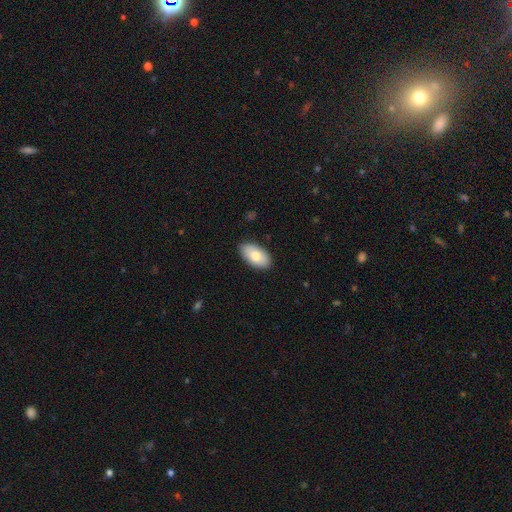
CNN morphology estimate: smooth 74%, featured or disk 20%, star or artifact 6%. Down the decision tree: how rounded — in between (95%); merging — none (87%).